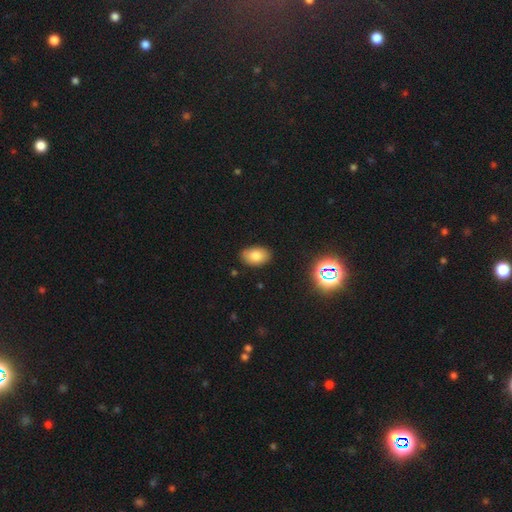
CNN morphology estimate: Smooth or featured? Predicted: smooth (p=0.79). How rounded? Predicted: in between (p=0.89). Merging? Predicted: none (p=0.85).